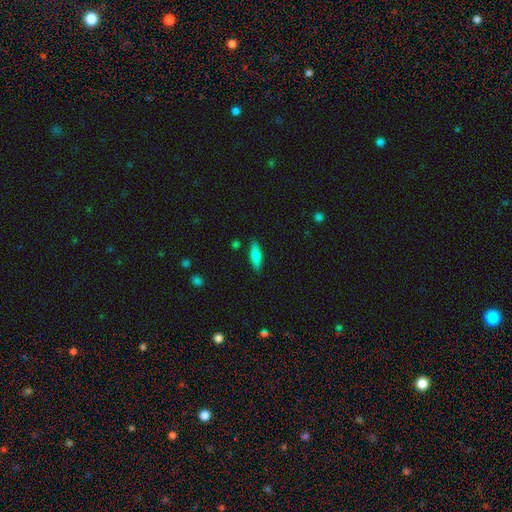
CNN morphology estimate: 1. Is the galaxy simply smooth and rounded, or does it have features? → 72% smooth, 21% featured or disk, 7% star or artifact.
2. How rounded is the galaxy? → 57% cigar-shaped, 41% in between, 2% round.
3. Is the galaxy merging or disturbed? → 85% none, 10% minor disturbance, 2% major disturbance, 2% merger.